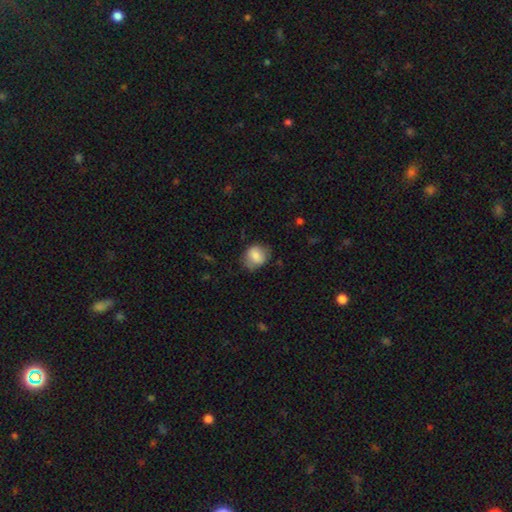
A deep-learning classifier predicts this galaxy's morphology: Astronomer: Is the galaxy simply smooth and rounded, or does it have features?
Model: smooth — 79%.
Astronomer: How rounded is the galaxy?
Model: round — 63%.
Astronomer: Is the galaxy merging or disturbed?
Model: none — 66%.